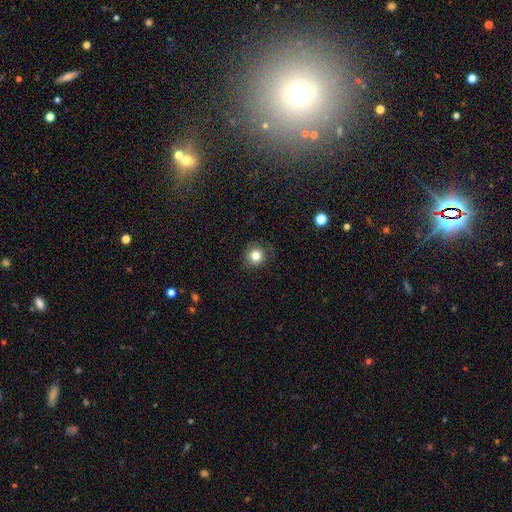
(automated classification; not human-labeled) smooth-or-featured: smooth: 80% | star or artifact: 12% | featured or disk: 7%
  how-rounded: round: 94% | in between: 5% | cigar-shaped: 1%
  merging: none: 85% | minor disturbance: 10% | major disturbance: 3% | merger: 1%